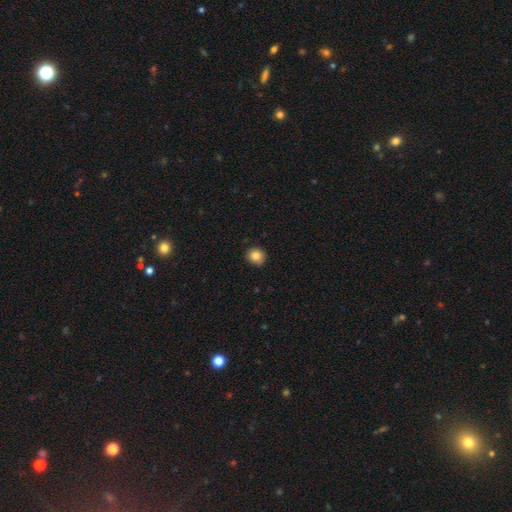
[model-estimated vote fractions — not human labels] Smooth or featured?
  - smooth: 84% *
  - star or artifact: 10%
  - featured or disk: 7%
How rounded?
  - round: 78% *
  - in between: 21%
  - cigar-shaped: 1%
Merging?
  - none: 87% *
  - minor disturbance: 10%
  - major disturbance: 2%
  - merger: 1%